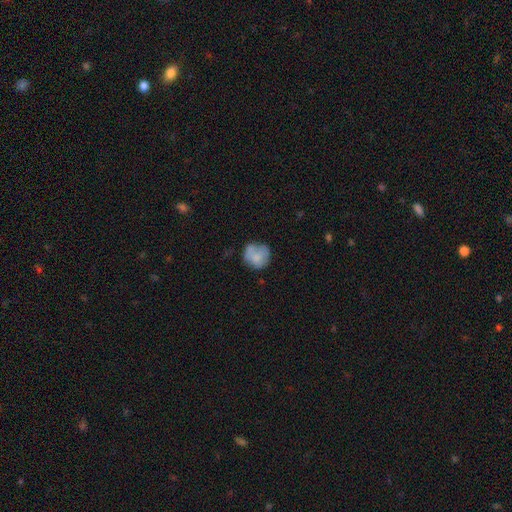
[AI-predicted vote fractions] Overall: smooth (68%). How rounded: round (79%). Merging: none (48%; minor disturbance 28%).